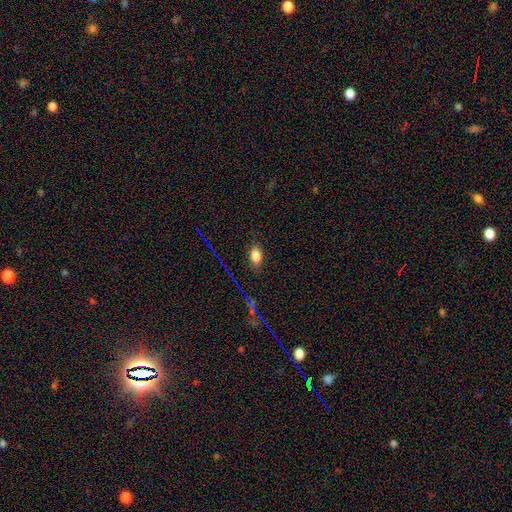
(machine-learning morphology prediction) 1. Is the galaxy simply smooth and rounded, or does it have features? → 79% smooth, 12% star or artifact, 8% featured or disk.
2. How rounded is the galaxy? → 88% in between, 10% round, 2% cigar-shaped.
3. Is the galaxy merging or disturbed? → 84% none, 12% minor disturbance, 3% major disturbance, 1% merger.